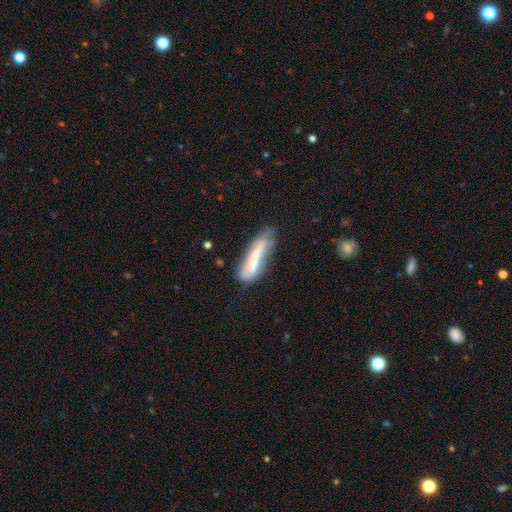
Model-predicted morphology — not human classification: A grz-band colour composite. It shows a featured or disk galaxy (48%). Merging: none (48%).